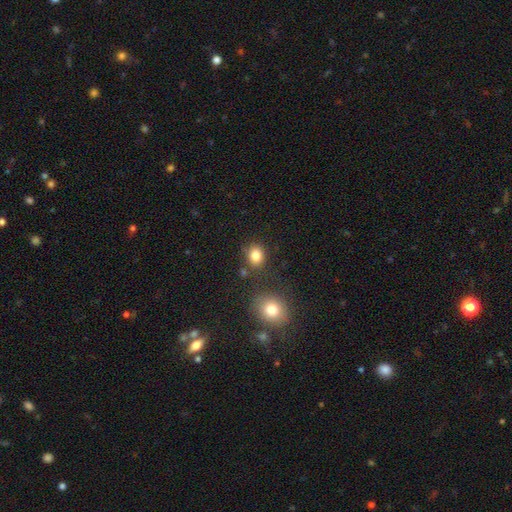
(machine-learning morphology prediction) A smooth galaxy with no disk features (83%) that is round (61%).

Vote fractions:
- Smooth or featured? smooth: 83% / star or artifact: 12% / featured or disk: 6%
- How rounded? round: 61% / in between: 38% / cigar-shaped: 1%
- Merging? none: 77% / minor disturbance: 12% / merger: 7% / major disturbance: 4%